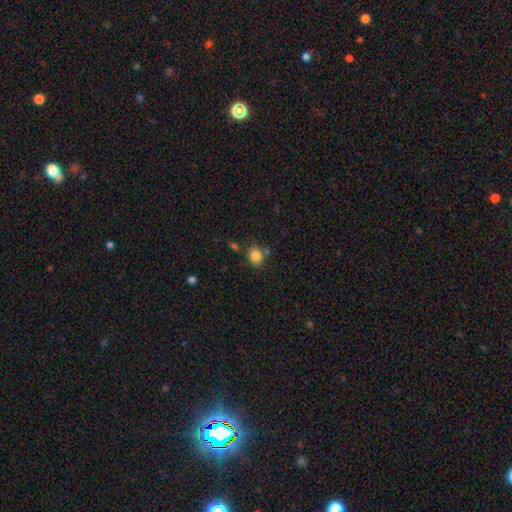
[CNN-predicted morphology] Smooth or featured?
  - smooth: 84% *
  - star or artifact: 11%
  - featured or disk: 5%
How rounded?
  - round: 70% *
  - in between: 29%
  - cigar-shaped: 1%
Merging?
  - none: 74% *
  - minor disturbance: 13%
  - merger: 9%
  - major disturbance: 4%